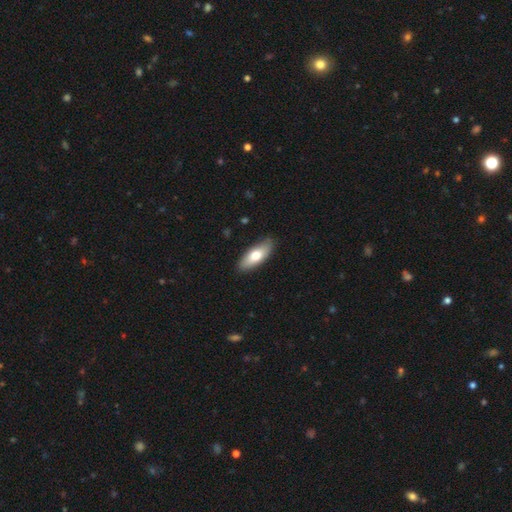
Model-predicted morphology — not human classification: Smooth or featured? smooth (71%)
How rounded? in between (74%)
Merging? none (87%)